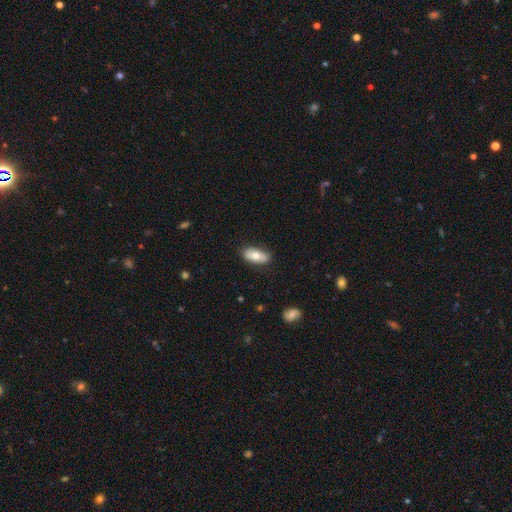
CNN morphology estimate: Smooth or featured? Predicted: smooth (p=0.69). How rounded? Predicted: in between (p=0.86). Merging? Predicted: none (p=0.84).